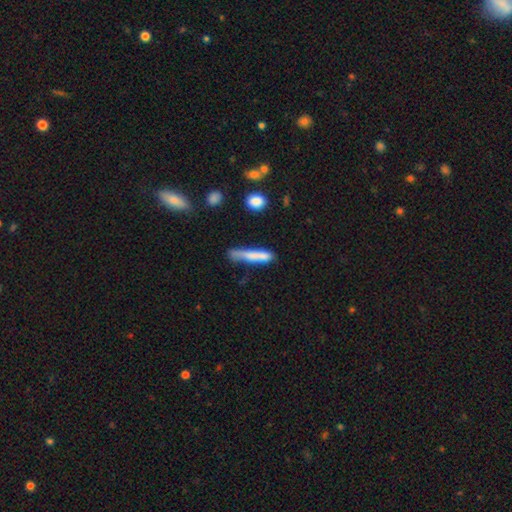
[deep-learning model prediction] Smooth or featured: smooth — 72% (featured or disk — 21%)
How rounded: cigar-shaped — 91% (in between — 7%)
Merging: none — 55% (minor disturbance — 27%)